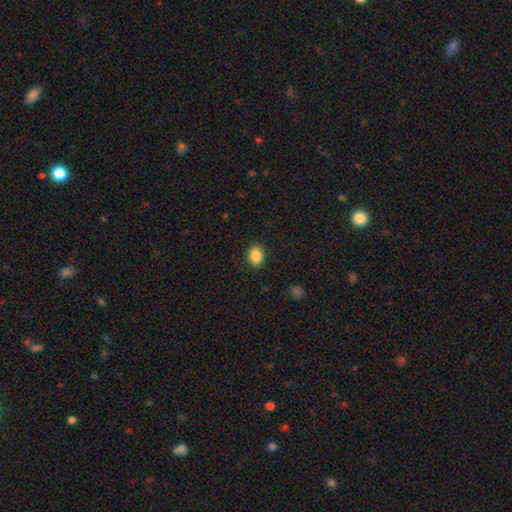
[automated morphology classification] smooth_or_featured: smooth (p=0.87) [alt: star or artifact p=0.09]
how_rounded: in between (p=0.63) [alt: round p=0.36]
merging: none (p=0.88) [alt: minor disturbance p=0.09]